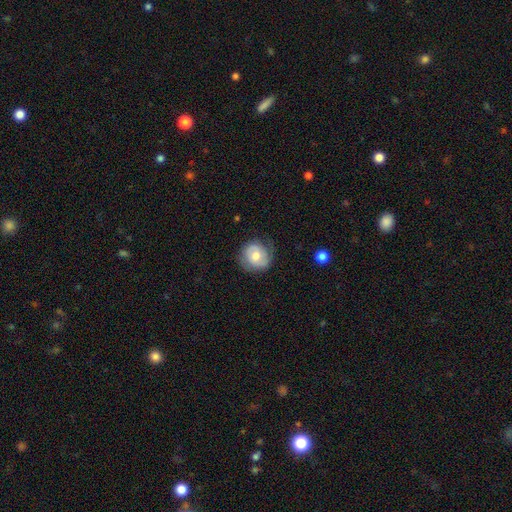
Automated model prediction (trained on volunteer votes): A smooth galaxy with no disk features (51%) that is round (83%). Merging: none (67%).